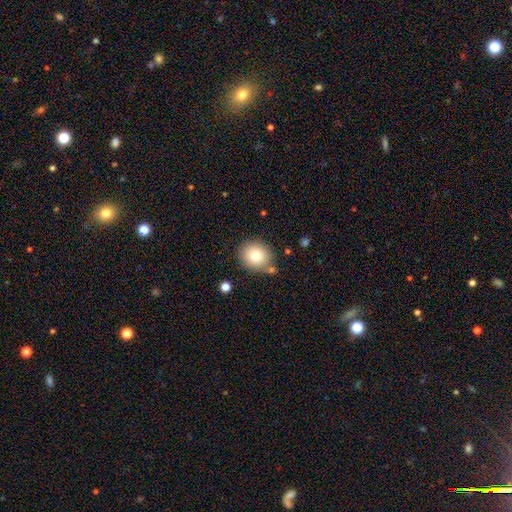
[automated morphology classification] This appears to be a smooth galaxy with no disk features (78%) that is round (81%). Merging: none (76%).